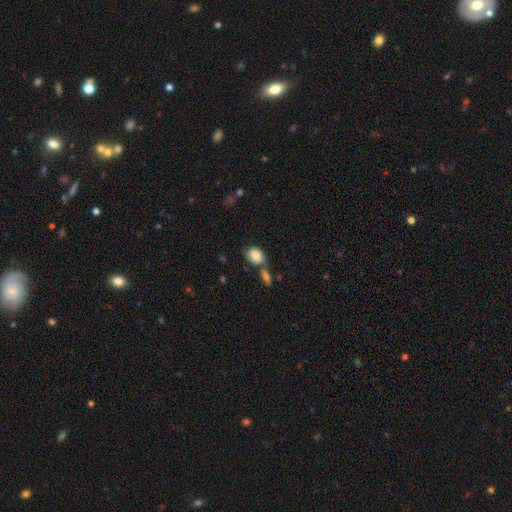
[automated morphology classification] Smooth or featured: smooth — 82% (featured or disk — 11%)
How rounded: in between — 69% (round — 29%)
Merging: none — 49% (merger — 29%)